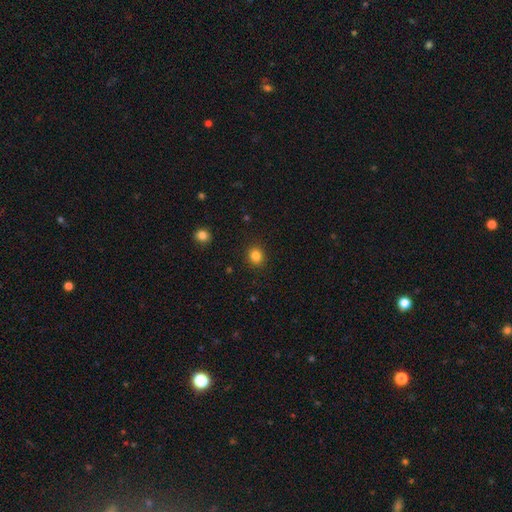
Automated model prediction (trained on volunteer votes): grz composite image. It shows a smooth galaxy with no disk features (83%) that is round (79%). Merging: none (90%).